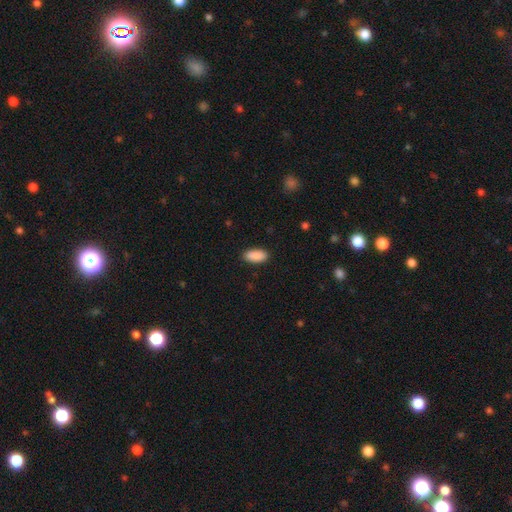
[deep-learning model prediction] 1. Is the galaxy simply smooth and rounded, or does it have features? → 91% smooth, 6% star or artifact, 3% featured or disk.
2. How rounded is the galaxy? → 91% in between, 7% cigar-shaped, 2% round.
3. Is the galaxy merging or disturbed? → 89% none, 8% minor disturbance, 2% major disturbance, 1% merger.